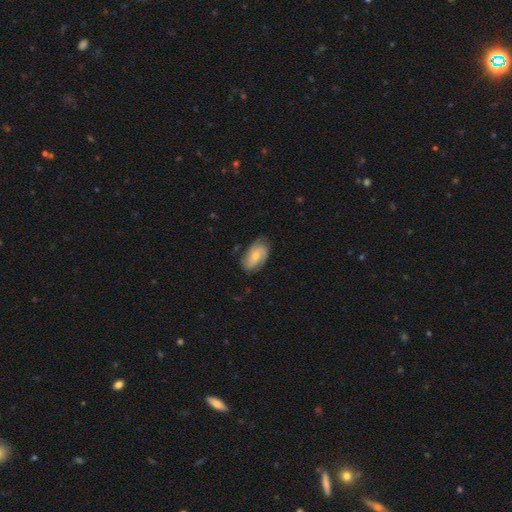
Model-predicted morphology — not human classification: Smooth or featured? Predicted: featured or disk (p=0.57). Edge-on disk? Predicted: no (p=0.95). Bar? Predicted: no (p=0.61). Spiral arms? Predicted: yes (p=0.88). Bulge size? Predicted: small (p=0.49). Merging? Predicted: none (p=0.70).